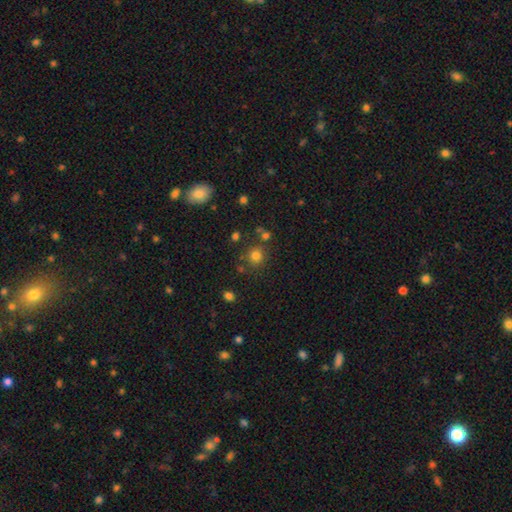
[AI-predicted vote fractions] smooth 77%, star or artifact 16%, featured or disk 7%. Down the decision tree: how rounded — round (90%); merging — none (78%).